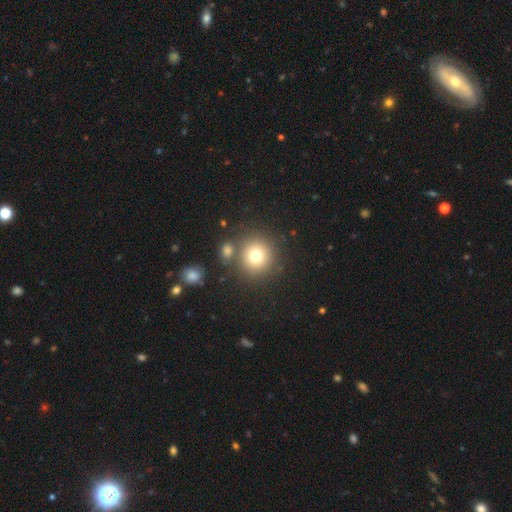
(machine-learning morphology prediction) smooth 76%, star or artifact 13%, featured or disk 11%. Down the decision tree: how rounded — round (93%); merging — none (77%).